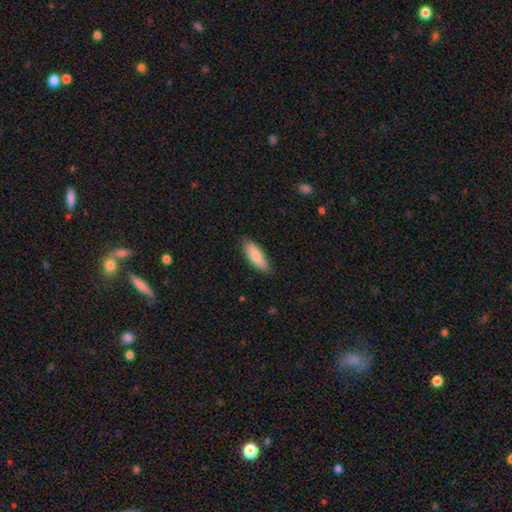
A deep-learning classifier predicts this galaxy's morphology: Q: Smooth or featured?
A: smooth (83%); runner-up: featured or disk (11%)
Q: How rounded?
A: in between (62%); runner-up: cigar-shaped (37%)
Q: Merging?
A: none (85%); runner-up: minor disturbance (12%)